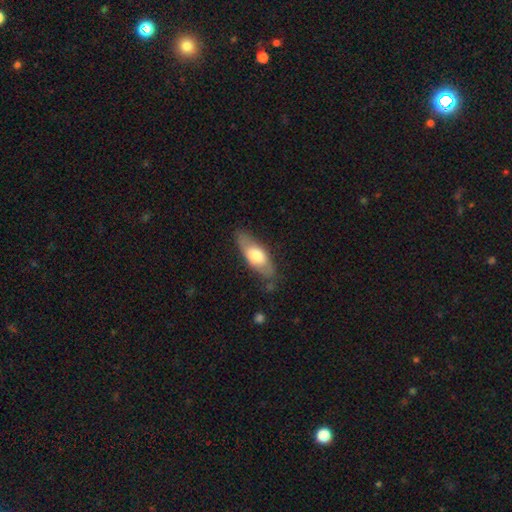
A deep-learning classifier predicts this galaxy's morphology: Smooth or featured? Predicted: smooth (p=0.61). How rounded? Predicted: in between (p=0.71). Merging? Predicted: none (p=0.73).